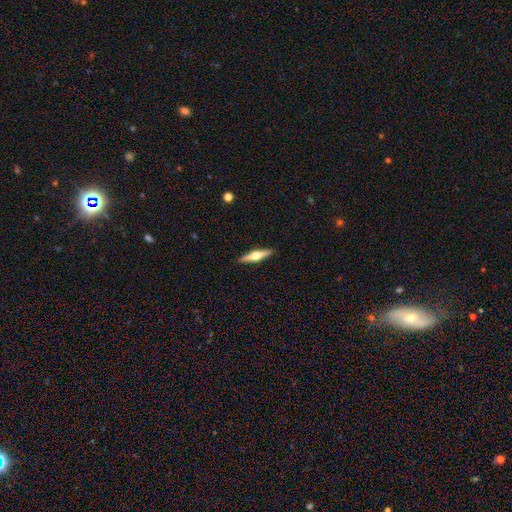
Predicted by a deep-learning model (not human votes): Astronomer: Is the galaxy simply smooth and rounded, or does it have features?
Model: featured or disk — 62%.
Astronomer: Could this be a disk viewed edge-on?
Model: yes — 96%.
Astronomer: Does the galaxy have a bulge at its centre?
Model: rounded — 94%.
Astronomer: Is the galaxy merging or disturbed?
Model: none — 91%.